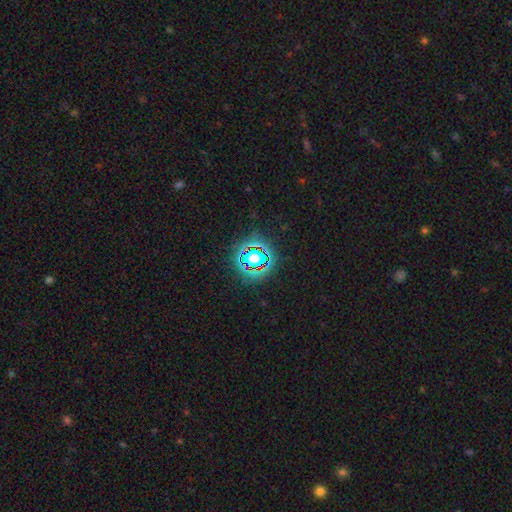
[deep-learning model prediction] smooth_or_featured: star or artifact (p=0.64) [alt: smooth p=0.24]